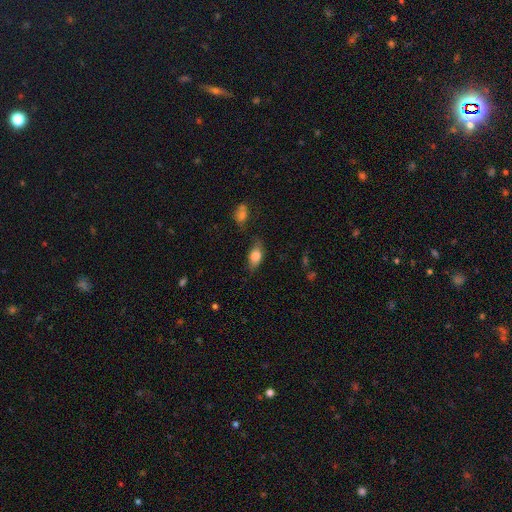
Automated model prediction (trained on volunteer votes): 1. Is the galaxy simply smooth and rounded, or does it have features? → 76% smooth, 16% featured or disk, 8% star or artifact.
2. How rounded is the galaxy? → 85% in between, 8% round, 7% cigar-shaped.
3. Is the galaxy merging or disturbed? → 67% none, 23% minor disturbance, 6% major disturbance, 4% merger.